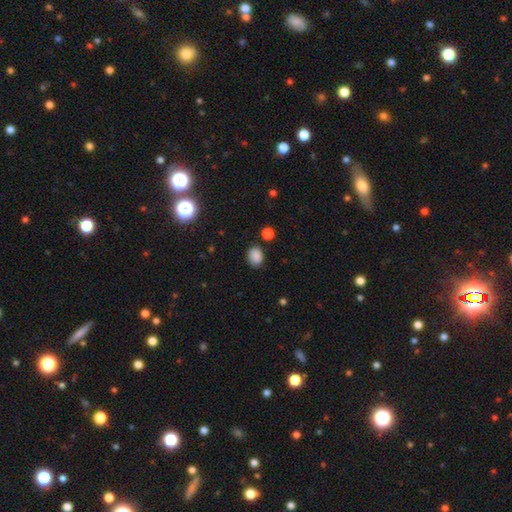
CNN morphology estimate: This is clearly a smooth galaxy (86%). How rounded: likely in between (66%). Merging: clearly none (81%).